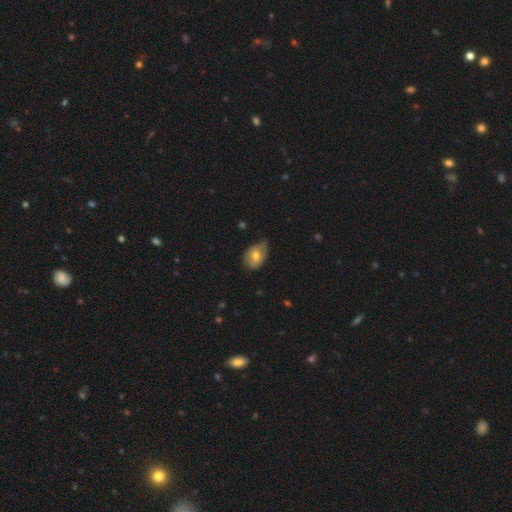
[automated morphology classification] Smooth or featured: smooth — 64% (featured or disk — 29%)
How rounded: in between — 76% (round — 23%)
Merging: minor disturbance — 47% (none — 39%)